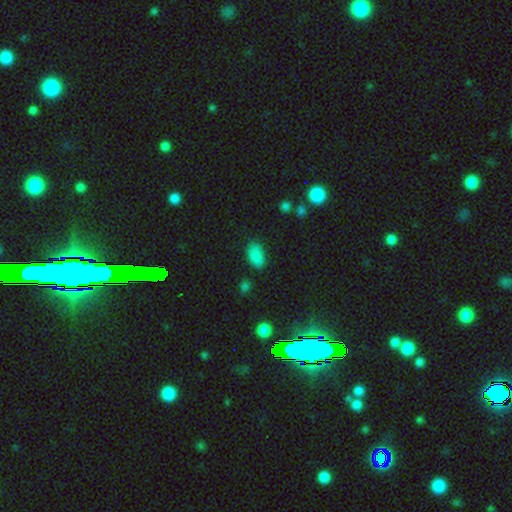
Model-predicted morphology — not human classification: Smooth or featured?
  - smooth: 85% *
  - star or artifact: 10%
  - featured or disk: 4%
How rounded?
  - in between: 91% *
  - round: 7%
  - cigar-shaped: 2%
Merging?
  - none: 81% *
  - minor disturbance: 14%
  - major disturbance: 3%
  - merger: 2%